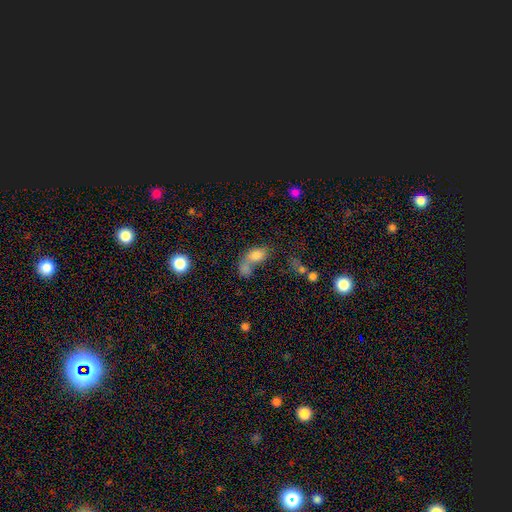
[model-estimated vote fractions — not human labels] A smooth galaxy with no disk features (74%) that is in between round and cigar-shaped (77%). Merging: merger (57%).